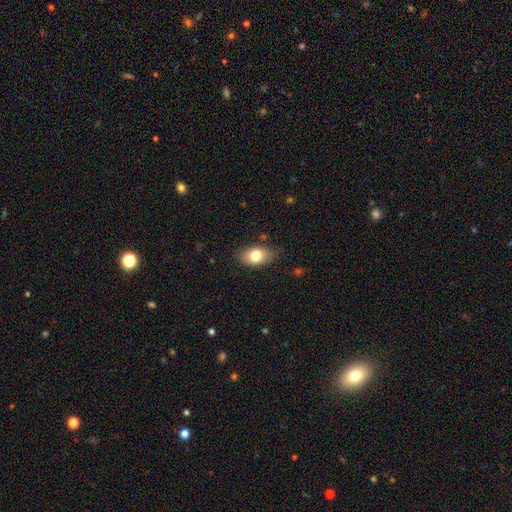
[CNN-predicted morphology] A smooth galaxy with no disk features (78%) that is in between round and cigar-shaped (86%). Merging: none (80%).